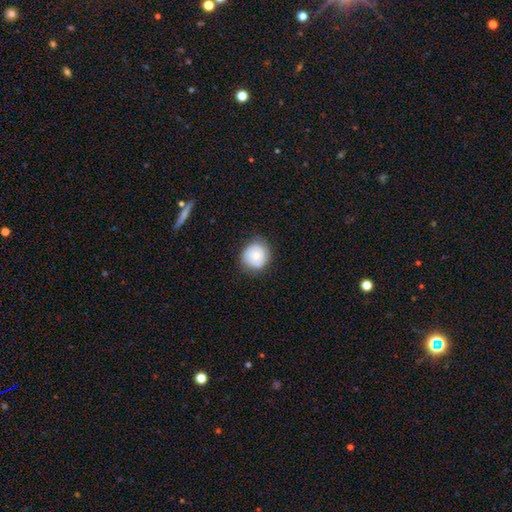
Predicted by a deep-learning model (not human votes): This appears to be a smooth galaxy with no disk features (70%) that is round (89%). Merging: none (81%).